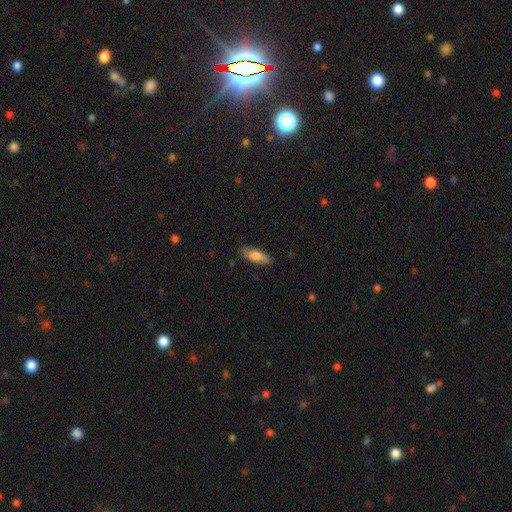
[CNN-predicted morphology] This is likely a smooth galaxy (76%). How rounded: likely in between (61%). Merging: clearly none (81%).